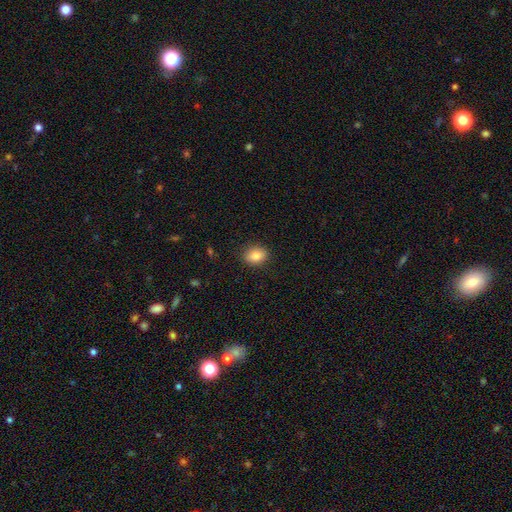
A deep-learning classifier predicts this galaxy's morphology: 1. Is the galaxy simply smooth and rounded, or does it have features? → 85% smooth, 9% star or artifact, 7% featured or disk.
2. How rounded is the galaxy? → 57% in between, 42% round, 1% cigar-shaped.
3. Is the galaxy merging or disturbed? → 88% none, 9% minor disturbance, 2% major disturbance, 1% merger.